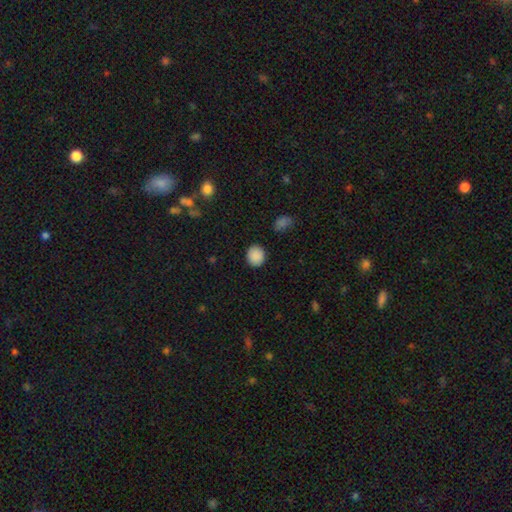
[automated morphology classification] The model was most divided on "how rounded": round: 85%, in between: 14%, cigar-shaped: 1%. More confident: merging — none (89%); smooth or featured — smooth (88%).